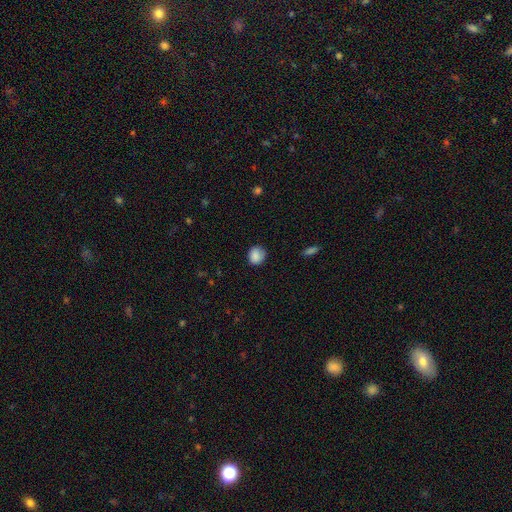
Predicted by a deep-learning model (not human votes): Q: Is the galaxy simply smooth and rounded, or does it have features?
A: smooth — 87%.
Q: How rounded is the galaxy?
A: round — 78%.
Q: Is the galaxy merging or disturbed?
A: none — 79%.